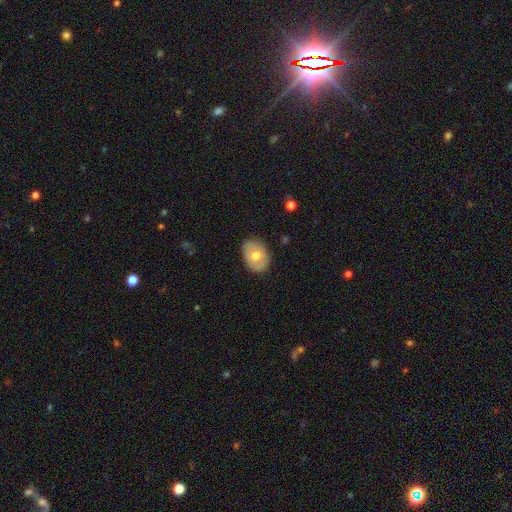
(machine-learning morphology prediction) A smooth galaxy with no disk features (66%) that is in between round and cigar-shaped (76%). Merging: none (81%).